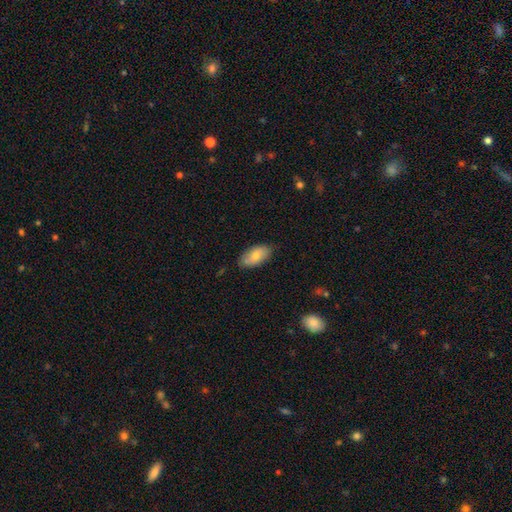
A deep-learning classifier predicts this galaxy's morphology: This appears to be a smooth galaxy with no disk features (73%) that is in between round and cigar-shaped (93%). Merging: none (80%).